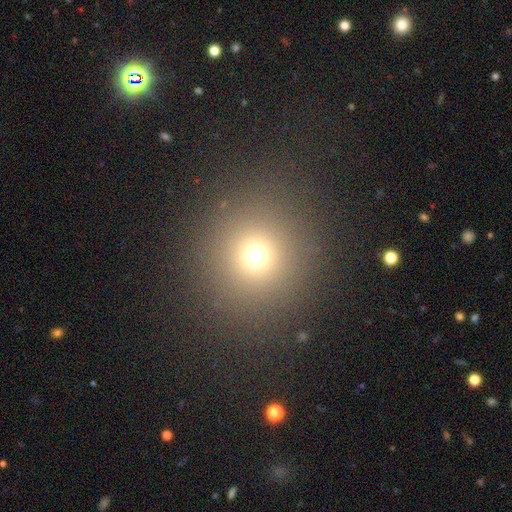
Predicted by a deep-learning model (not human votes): This is likely a smooth galaxy (68%). How rounded: clearly round (94%). Merging: clearly none (87%).